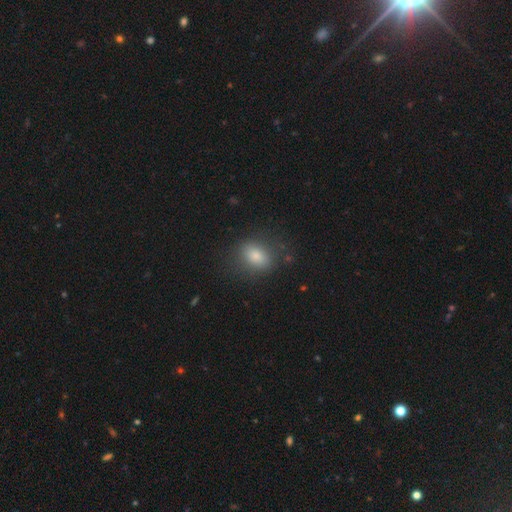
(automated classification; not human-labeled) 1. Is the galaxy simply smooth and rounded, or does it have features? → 78% smooth, 11% star or artifact, 10% featured or disk.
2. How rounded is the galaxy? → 68% in between, 30% round, 2% cigar-shaped.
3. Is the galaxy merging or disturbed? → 77% none, 15% minor disturbance, 6% major disturbance, 2% merger.